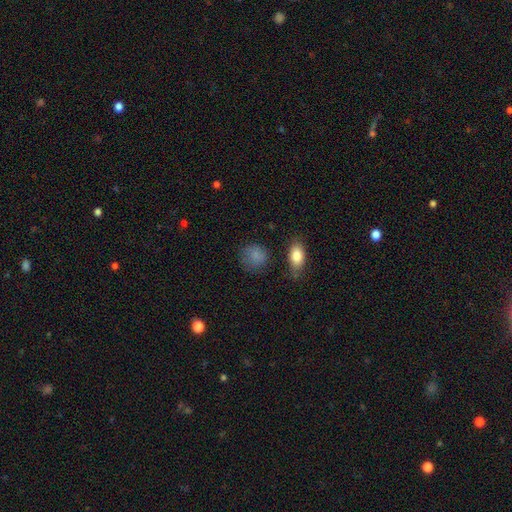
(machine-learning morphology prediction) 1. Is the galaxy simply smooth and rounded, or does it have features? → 83% smooth, 10% star or artifact, 6% featured or disk.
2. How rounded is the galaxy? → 75% round, 24% in between, 1% cigar-shaped.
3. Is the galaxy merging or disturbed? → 69% none, 19% minor disturbance, 7% major disturbance, 4% merger.